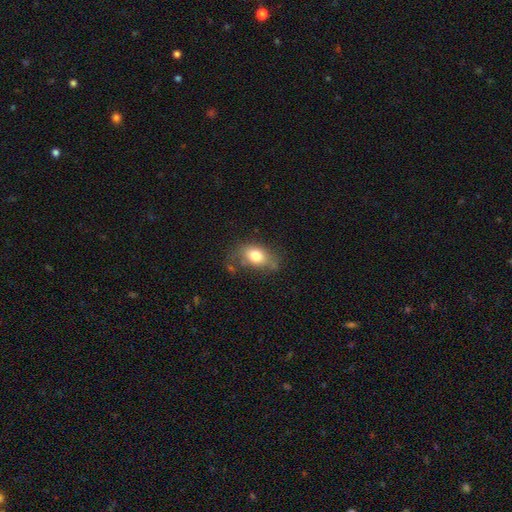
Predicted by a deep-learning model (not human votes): Overall: smooth (75%). How rounded: in between (81%). Merging: none (53%; minor disturbance 28%).